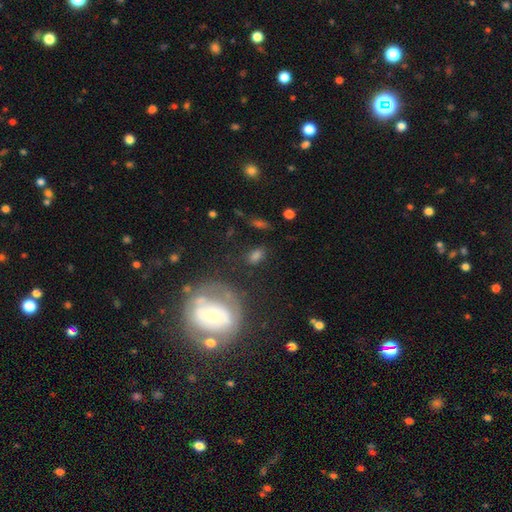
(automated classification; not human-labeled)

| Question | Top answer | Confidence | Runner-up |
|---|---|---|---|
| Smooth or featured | smooth | 56% | featured or disk (29%) |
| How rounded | in between | 74% | round (21%) |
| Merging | none | 65% | minor disturbance (18%) |